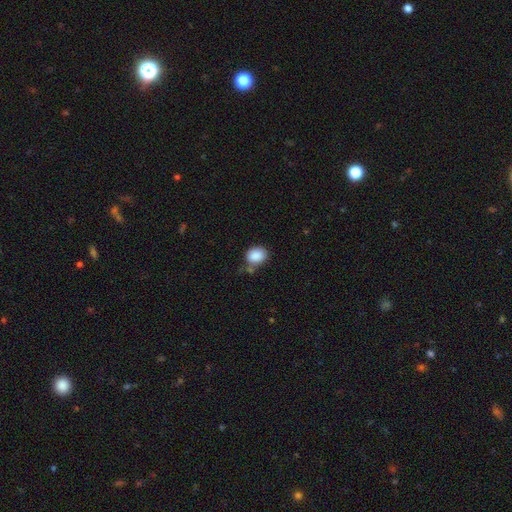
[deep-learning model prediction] smooth-or-featured: smooth: 88% | star or artifact: 8% | featured or disk: 4%
  how-rounded: in between: 53% | round: 46% | cigar-shaped: 1%
  merging: none: 61% | minor disturbance: 23% | merger: 10% | major disturbance: 7%